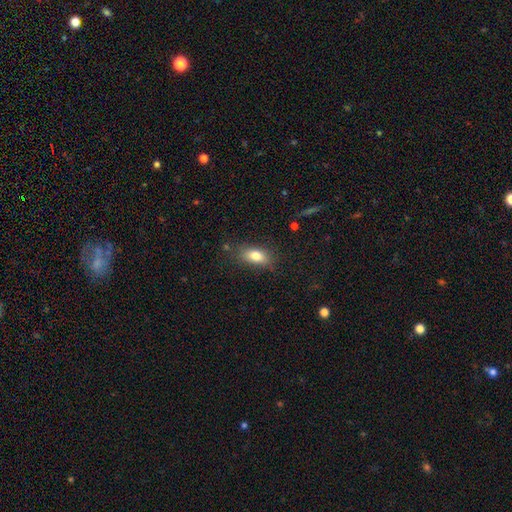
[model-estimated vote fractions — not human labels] smooth_or_featured: smooth (p=0.79) [alt: featured or disk p=0.12]
how_rounded: in between (p=0.84) [alt: cigar-shaped p=0.09]
merging: none (p=0.79) [alt: minor disturbance p=0.15]